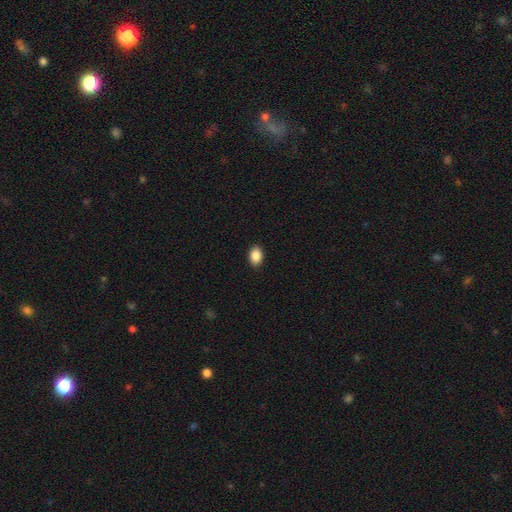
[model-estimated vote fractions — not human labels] Q: Smooth or featured?
A: smooth (88%); runner-up: star or artifact (8%)
Q: How rounded?
A: in between (81%); runner-up: round (17%)
Q: Merging?
A: none (91%); runner-up: minor disturbance (7%)